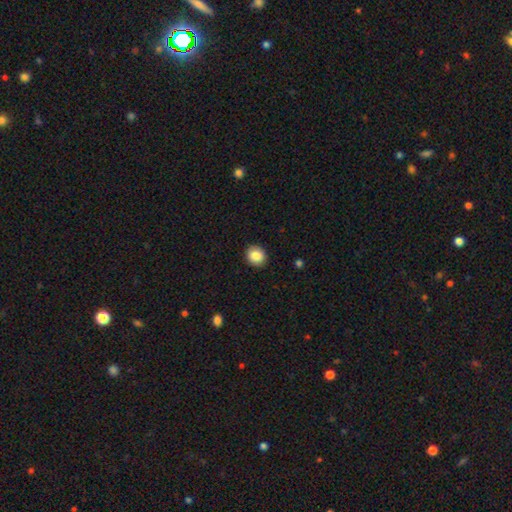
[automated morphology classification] Smooth or featured?
  - smooth: 86% *
  - star or artifact: 8%
  - featured or disk: 5%
How rounded?
  - round: 79% *
  - in between: 20%
  - cigar-shaped: 1%
Merging?
  - none: 91% *
  - minor disturbance: 7%
  - major disturbance: 2%
  - merger: 1%